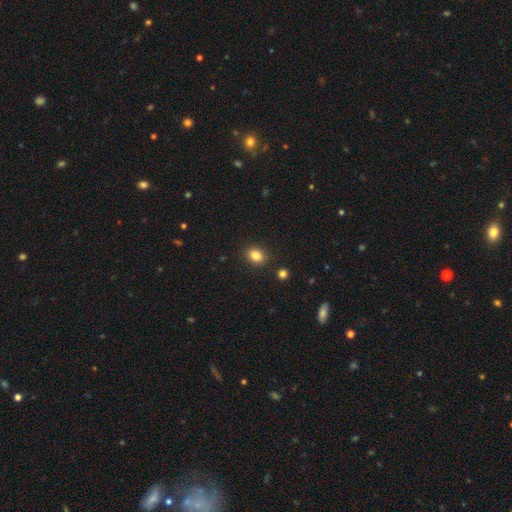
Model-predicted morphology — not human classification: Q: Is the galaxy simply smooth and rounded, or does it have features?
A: smooth — 84%.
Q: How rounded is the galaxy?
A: round — 50%.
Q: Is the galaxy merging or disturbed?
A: none — 87%.